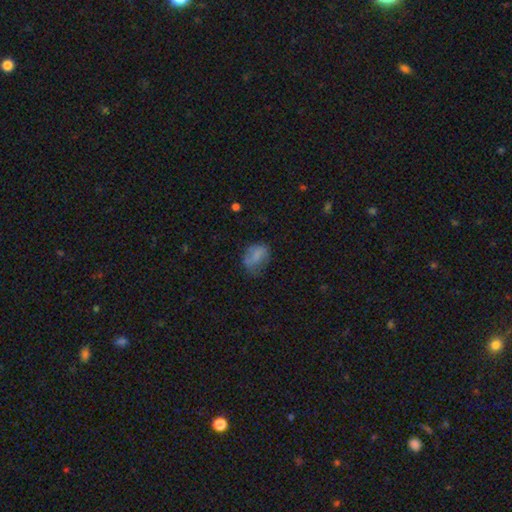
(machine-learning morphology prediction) The model was most divided on "merging": none: 51%, minor disturbance: 31%, major disturbance: 17%, merger: 2%. More confident: smooth or featured — smooth (73%); how rounded — in between (69%).